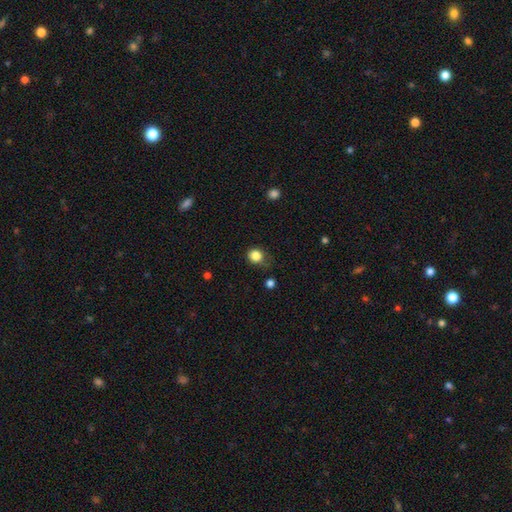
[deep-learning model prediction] smooth_or_featured: smooth (p=0.85) [alt: star or artifact p=0.11]
how_rounded: round (p=0.81) [alt: in between p=0.18]
merging: none (p=0.61) [alt: minor disturbance p=0.27]